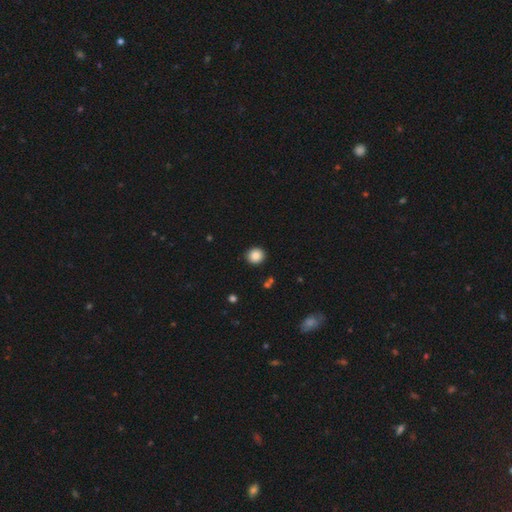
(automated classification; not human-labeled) The model was most divided on "smooth or featured": smooth: 86%, star or artifact: 10%, featured or disk: 4%. More confident: merging — none (91%); how rounded — round (90%).